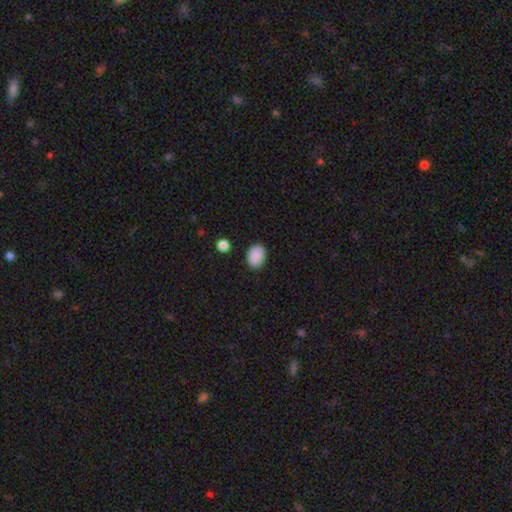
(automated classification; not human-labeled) Q: Smooth or featured?
A: smooth (89%); runner-up: star or artifact (8%)
Q: How rounded?
A: in between (68%); runner-up: round (31%)
Q: Merging?
A: none (83%); runner-up: minor disturbance (12%)